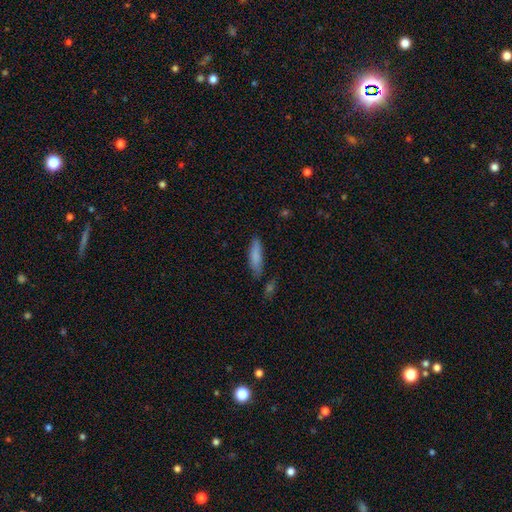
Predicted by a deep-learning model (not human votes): smooth 82%, featured or disk 11%, star or artifact 7%. Down the decision tree: how rounded — cigar-shaped (62%); merging — none (68%).